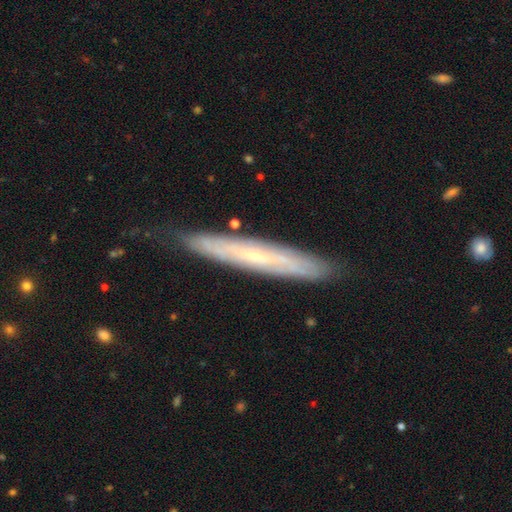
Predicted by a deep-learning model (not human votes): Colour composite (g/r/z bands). It shows a featured or disk galaxy (66%) viewed edge-on (70%). Merging: none (74%).